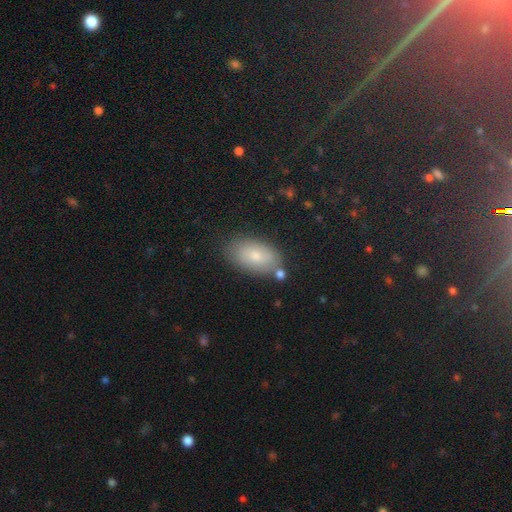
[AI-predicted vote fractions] Smooth or featured?
  - smooth: 74% *
  - featured or disk: 17%
  - star or artifact: 8%
How rounded?
  - in between: 93% *
  - round: 6%
  - cigar-shaped: 2%
Merging?
  - none: 77% *
  - minor disturbance: 14%
  - merger: 5%
  - major disturbance: 3%